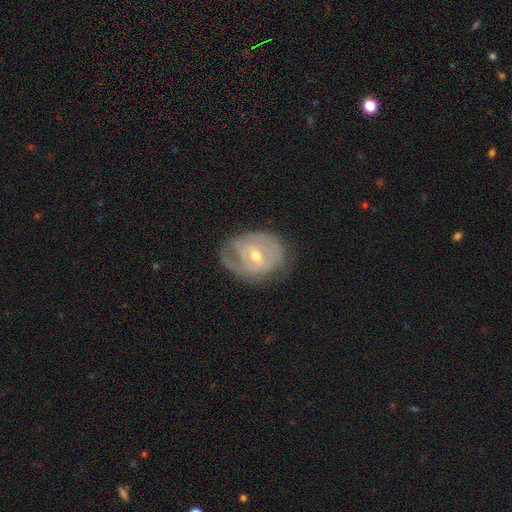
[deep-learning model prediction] Smooth or featured? Predicted: featured or disk (p=0.76). Edge-on disk? Predicted: no (p=0.96). Bar? Predicted: no (p=0.44). Spiral arms? Predicted: yes (p=0.80). Spiral winding? Predicted: tight (p=0.62). Spiral arm count? Predicted: can't tell (p=0.39). Bulge size? Predicted: moderate (p=0.55). Merging? Predicted: none (p=0.62).